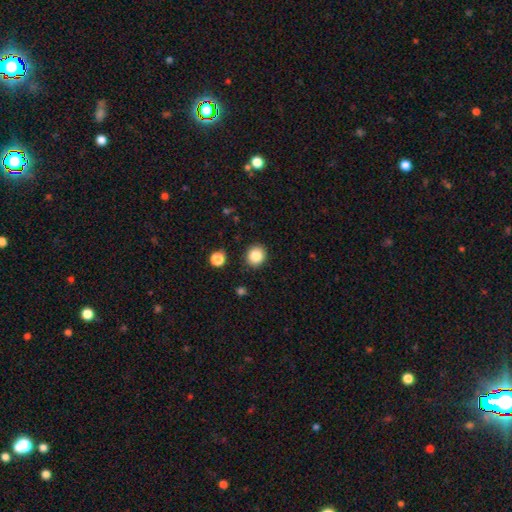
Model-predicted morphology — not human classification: Overall: smooth (85%). How rounded: round (86%). Merging: none (90%).